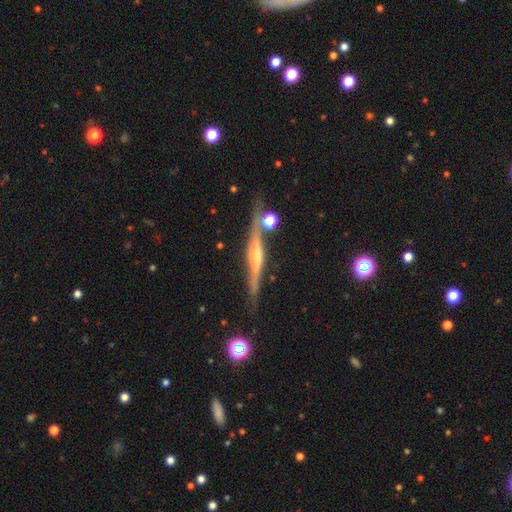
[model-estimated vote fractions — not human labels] Smooth or featured: featured or disk — 80% (smooth — 13%)
Edge-on disk: yes — 96% (no — 4%)
Edge-on bulge: rounded — 75% (boxy — 14%)
Merging: none — 77% (minor disturbance — 13%)